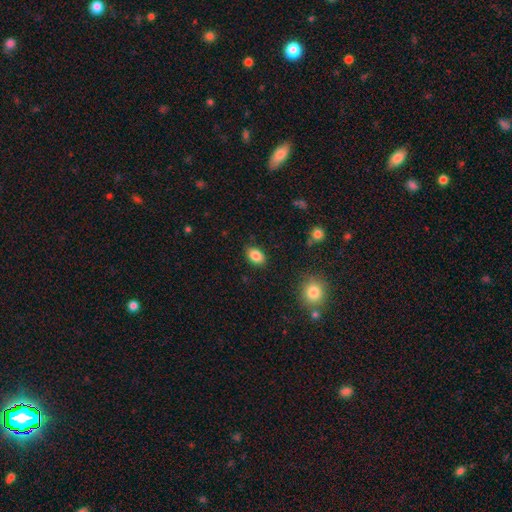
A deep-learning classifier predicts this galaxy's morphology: A smooth galaxy with no disk features (85%) that is in between round and cigar-shaped (86%). Merging: none (87%).